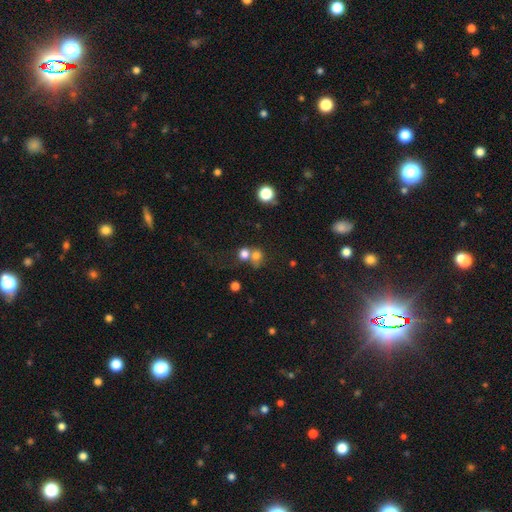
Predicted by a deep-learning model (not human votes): smooth 73%, star or artifact 15%, featured or disk 12%. Down the decision tree: how rounded — round (75%); merging — merger (53%).